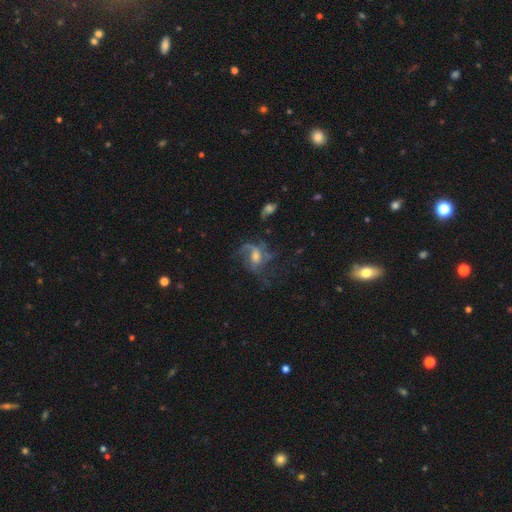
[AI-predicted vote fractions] smooth_or_featured: featured or disk (p=0.73) [alt: smooth p=0.16]
disk_edge_on: no (p=0.97) [alt: yes p=0.03]
bar: no (p=0.47) [alt: weak p=0.43]
has_spiral_arms: yes (p=0.82) [alt: no p=0.18]
spiral_winding: loose (p=0.46) [alt: medium p=0.39]
spiral_arm_count: 2 (p=0.29) [alt: can't tell p=0.26]
bulge_size: moderate (p=0.51) [alt: small p=0.33]
merging: none (p=0.40) [alt: major disturbance p=0.38]